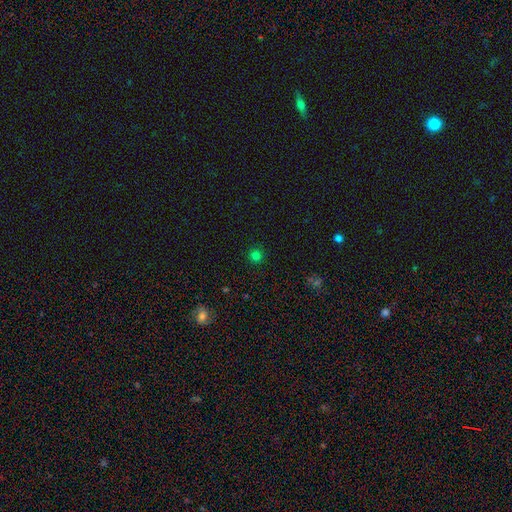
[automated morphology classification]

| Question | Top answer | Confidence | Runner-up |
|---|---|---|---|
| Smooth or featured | smooth | 78% | star or artifact (18%) |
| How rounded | round | 95% | in between (4%) |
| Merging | none | 92% | minor disturbance (5%) |